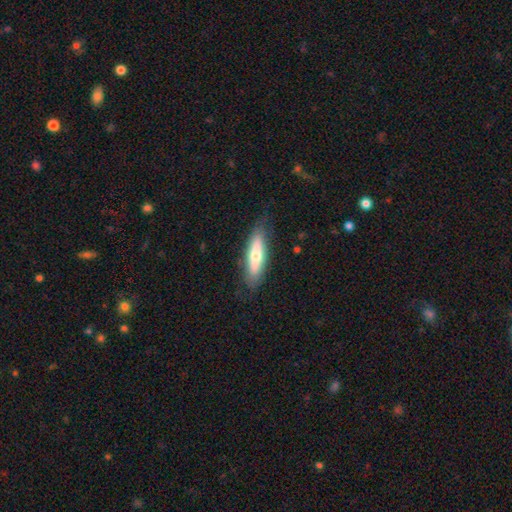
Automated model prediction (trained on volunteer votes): smooth_or_featured: smooth (p=0.60) [alt: featured or disk p=0.34]
how_rounded: cigar-shaped (p=0.57) [alt: in between p=0.41]
merging: none (p=0.79) [alt: minor disturbance p=0.15]